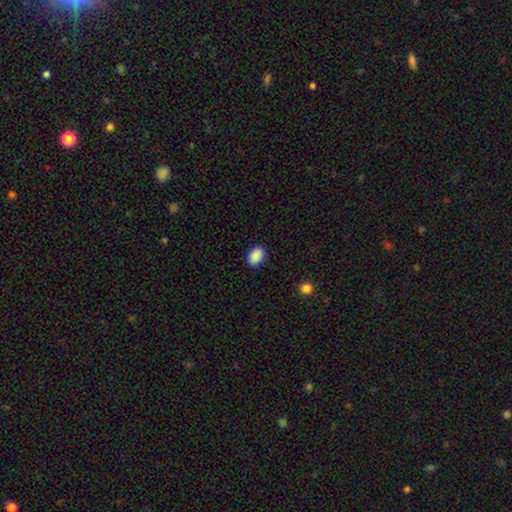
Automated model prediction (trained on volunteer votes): Q: Smooth or featured?
A: smooth (90%); runner-up: star or artifact (7%)
Q: How rounded?
A: in between (82%); runner-up: round (17%)
Q: Merging?
A: none (89%); runner-up: minor disturbance (8%)